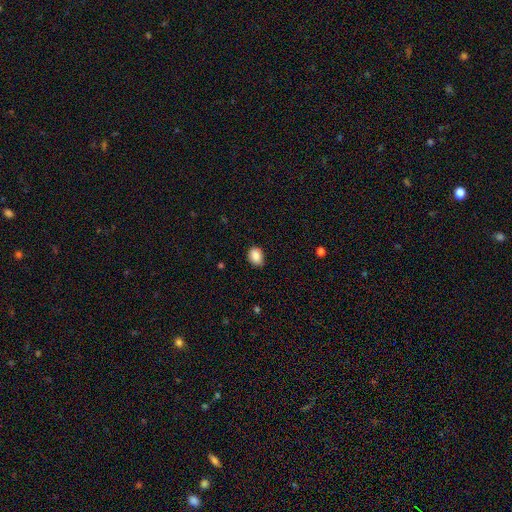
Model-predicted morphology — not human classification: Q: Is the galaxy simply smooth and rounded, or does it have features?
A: smooth — 87%.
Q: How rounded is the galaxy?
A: in between — 64%.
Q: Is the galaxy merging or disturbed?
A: none — 72%.